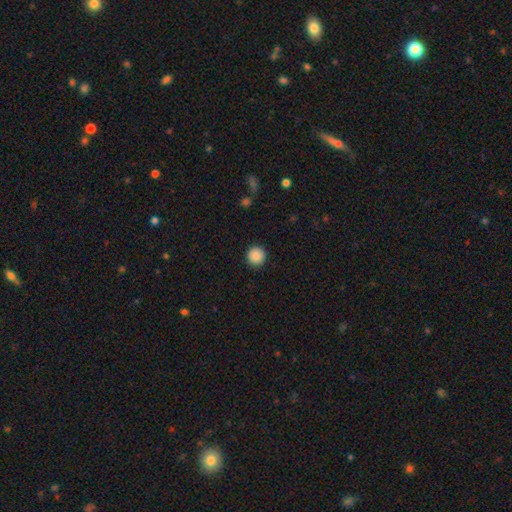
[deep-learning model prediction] smooth 88%, star or artifact 8%, featured or disk 4%. Down the decision tree: how rounded — round (95%); merging — none (91%).